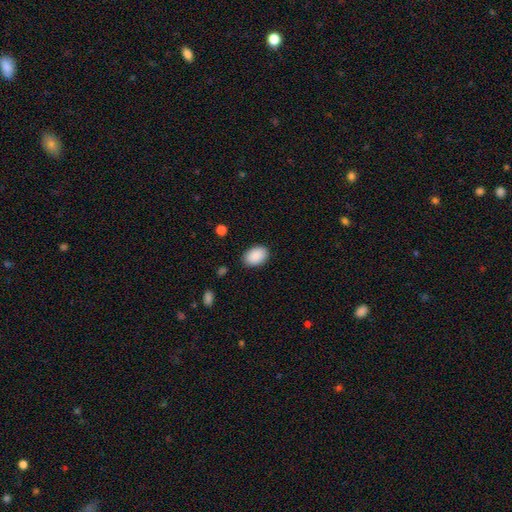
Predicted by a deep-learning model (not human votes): A smooth galaxy with no disk features (91%) that is in between round and cigar-shaped (86%).

Vote fractions:
- Smooth or featured? smooth: 91% / star or artifact: 7% / featured or disk: 3%
- How rounded? in between: 86% / round: 13% / cigar-shaped: 1%
- Merging? none: 87% / minor disturbance: 10% / major disturbance: 2% / merger: 1%